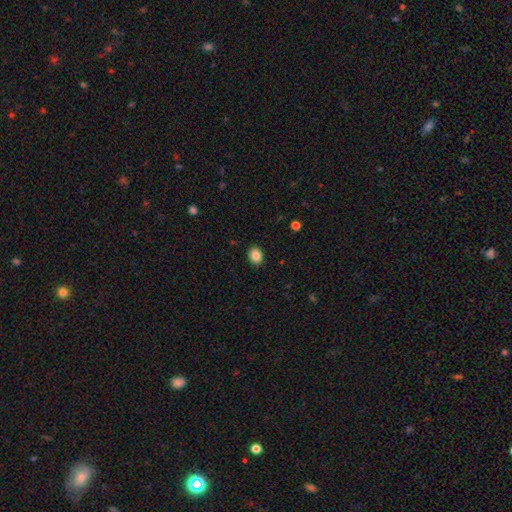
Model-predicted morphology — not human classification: type=smooth (87%); roundness=in between (56%); merging=none (90%).